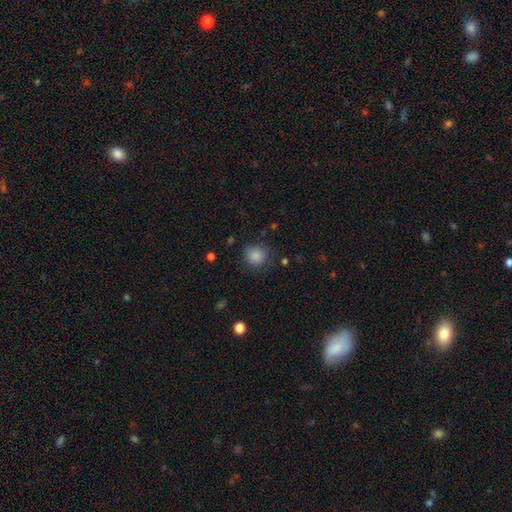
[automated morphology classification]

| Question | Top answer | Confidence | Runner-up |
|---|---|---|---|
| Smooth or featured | smooth | 85% | star or artifact (10%) |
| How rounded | round | 85% | in between (14%) |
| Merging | none | 76% | minor disturbance (17%) |